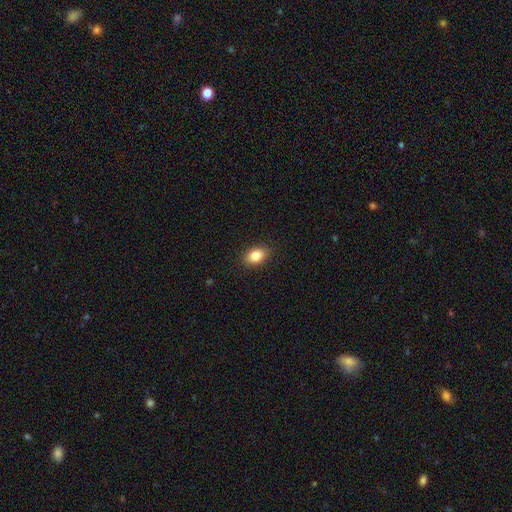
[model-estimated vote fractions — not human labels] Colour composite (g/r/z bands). It shows a smooth galaxy with no disk features (84%) that is in between round and cigar-shaped (79%). Merging: none (88%).